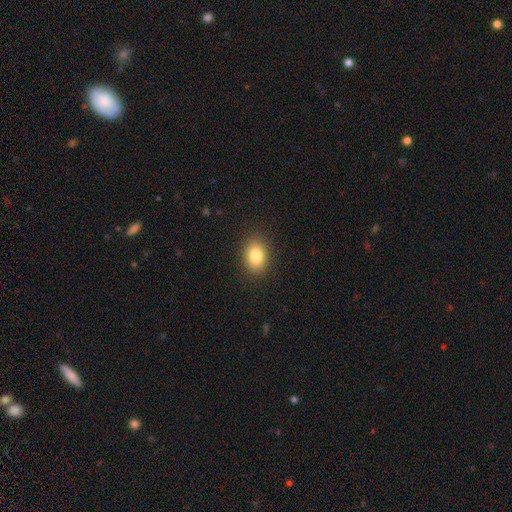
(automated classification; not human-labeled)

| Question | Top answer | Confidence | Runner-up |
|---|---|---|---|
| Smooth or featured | smooth | 82% | star or artifact (10%) |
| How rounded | in between | 67% | round (31%) |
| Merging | none | 88% | minor disturbance (8%) |